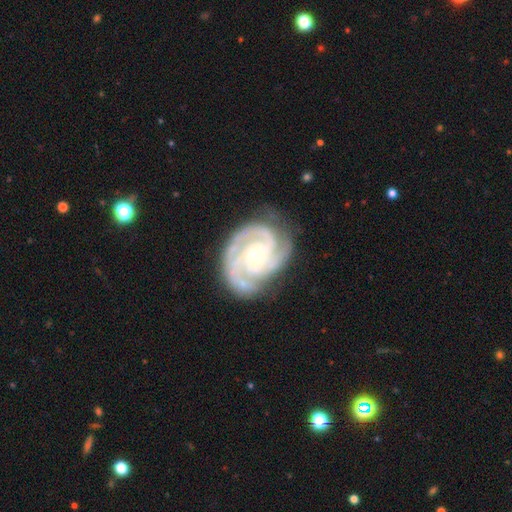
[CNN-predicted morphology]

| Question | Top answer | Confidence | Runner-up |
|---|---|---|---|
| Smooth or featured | featured or disk | 93% | star or artifact (4%) |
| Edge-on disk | no | 98% | yes (2%) |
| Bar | no | 64% | weak (27%) |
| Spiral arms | yes | 99% | no (1%) |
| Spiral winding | tight | 66% | medium (31%) |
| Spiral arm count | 3 | 54% | 2 (19%) |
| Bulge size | small | 61% | moderate (36%) |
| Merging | none | 75% | minor disturbance (18%) |